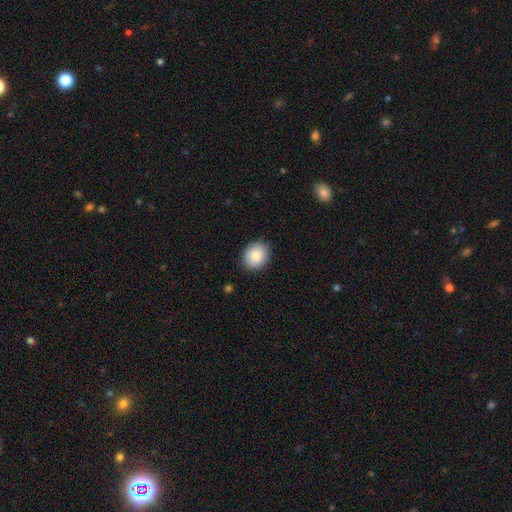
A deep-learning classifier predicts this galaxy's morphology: Smooth or featured: smooth — 83% (featured or disk — 9%)
How rounded: round — 69% (in between — 30%)
Merging: none — 89% (minor disturbance — 8%)